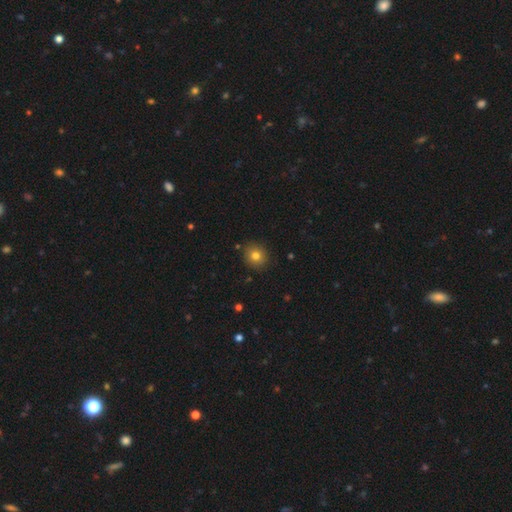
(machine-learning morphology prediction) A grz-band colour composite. It shows a smooth galaxy with no disk features (79%) that is round (85%). Merging: none (89%).